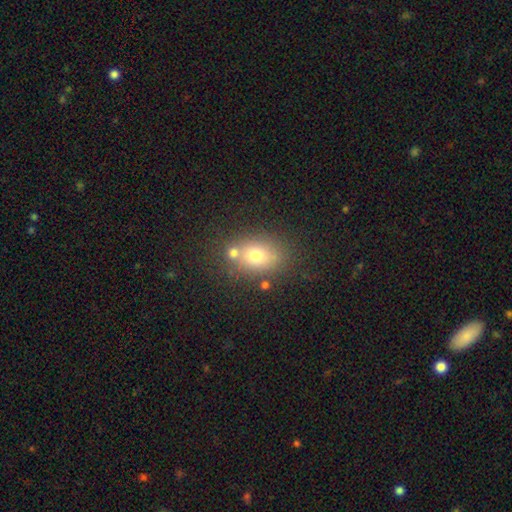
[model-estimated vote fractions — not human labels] A smooth galaxy with no disk features (71%) that is in between round and cigar-shaped (59%). Merging: none (63%).